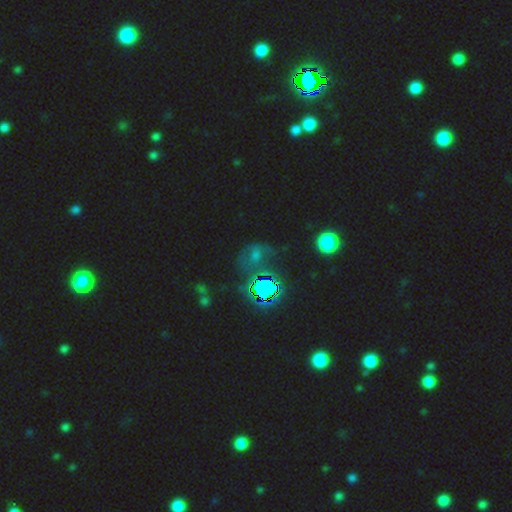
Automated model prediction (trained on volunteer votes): Q: Smooth or featured?
A: star or artifact (59%); runner-up: smooth (22%)